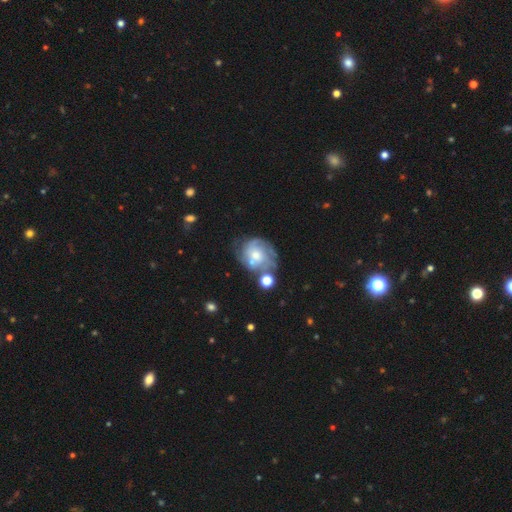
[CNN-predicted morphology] Q: Smooth or featured?
A: featured or disk (63%); runner-up: smooth (28%)
Q: Edge-on disk?
A: no (97%); runner-up: yes (3%)
Q: Bar?
A: no (78%); runner-up: weak (19%)
Q: Spiral arms?
A: yes (76%); runner-up: no (24%)
Q: Bulge size?
A: moderate (47%); runner-up: small (40%)
Q: Merging?
A: none (48%); runner-up: minor disturbance (22%)